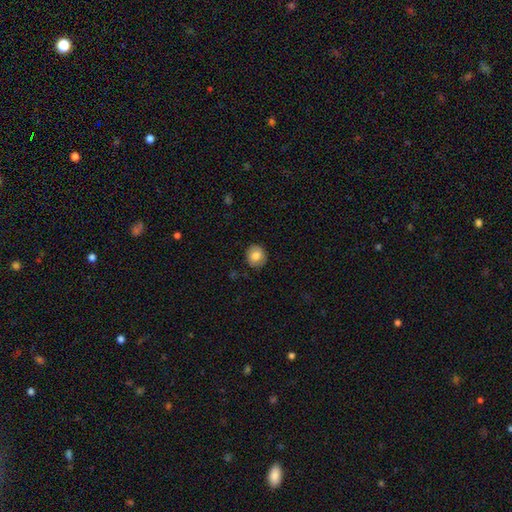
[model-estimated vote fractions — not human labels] smooth_or_featured: smooth (p=0.80) [alt: featured or disk p=0.11]
how_rounded: round (p=0.88) [alt: in between p=0.12]
merging: none (p=0.89) [alt: minor disturbance p=0.09]